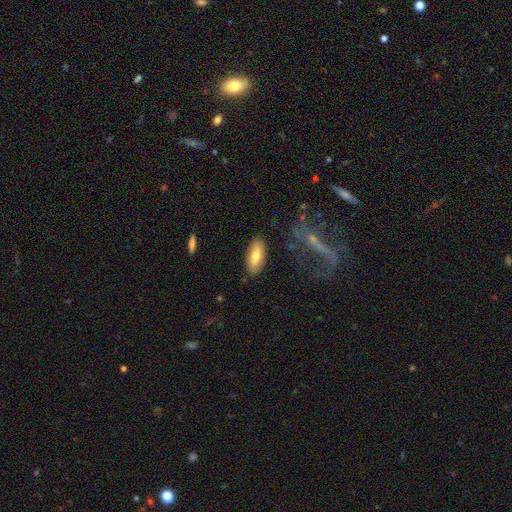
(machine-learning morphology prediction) Q: Smooth or featured?
A: smooth (71%); runner-up: featured or disk (22%)
Q: How rounded?
A: in between (81%); runner-up: cigar-shaped (17%)
Q: Merging?
A: none (85%); runner-up: minor disturbance (10%)